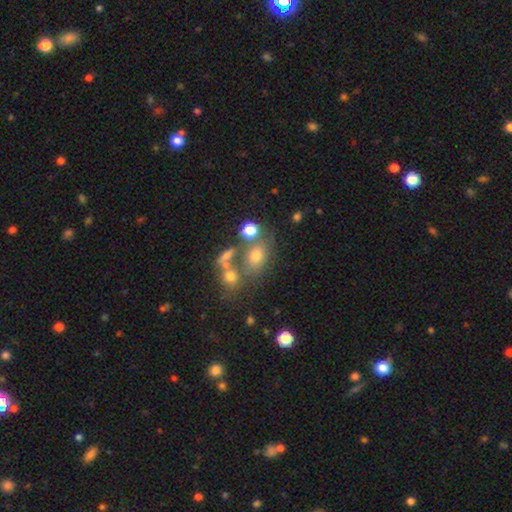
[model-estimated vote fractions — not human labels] A smooth galaxy with no disk features (66%) that is in between round and cigar-shaped (60%). Merging: none (53%).